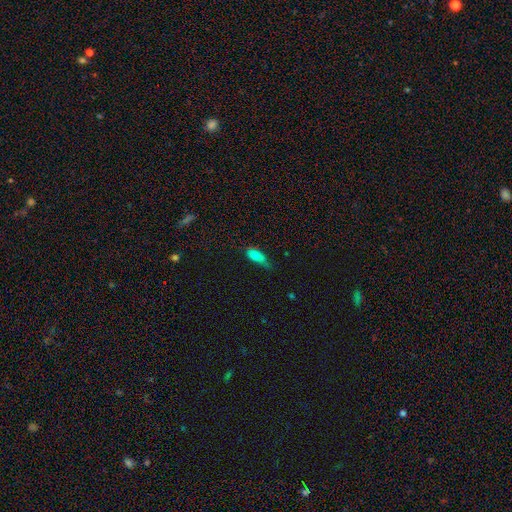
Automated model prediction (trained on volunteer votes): smooth-or-featured: smooth: 79% | featured or disk: 11% | star or artifact: 10%
  how-rounded: in between: 69% | cigar-shaped: 28% | round: 3%
  merging: none: 42% | minor disturbance: 40% | major disturbance: 15% | merger: 2%